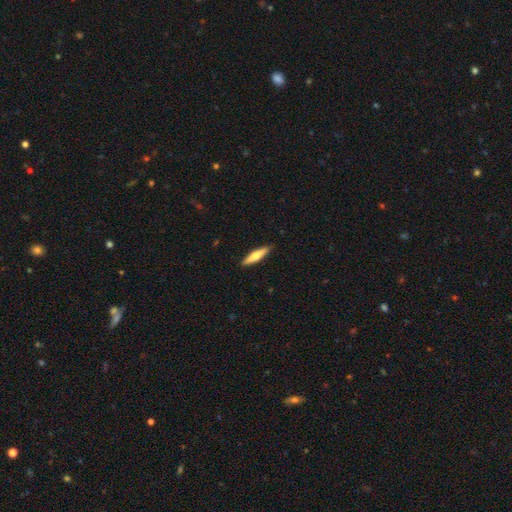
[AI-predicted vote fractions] Overall: smooth (57%; featured or disk 38%). How rounded: cigar-shaped (79%). Merging: none (90%).